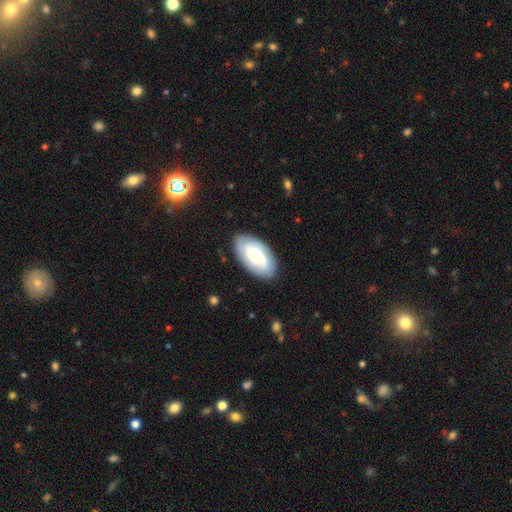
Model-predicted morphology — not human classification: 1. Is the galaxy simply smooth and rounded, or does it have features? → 51% smooth, 43% featured or disk, 6% star or artifact.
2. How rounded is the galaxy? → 94% in between, 4% round, 2% cigar-shaped.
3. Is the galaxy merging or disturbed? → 85% none, 11% minor disturbance, 3% major disturbance, 1% merger.